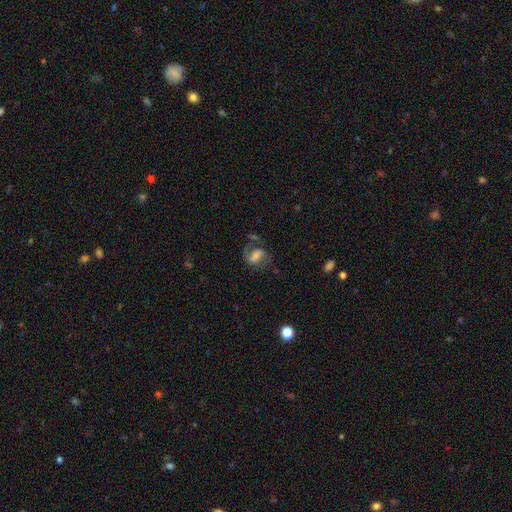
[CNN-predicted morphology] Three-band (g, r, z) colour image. It shows a featured or disk galaxy (65%) with a weak bar (43%), 2 (77%) medium (48%) spiral arms (87%) and a moderate central bulge (33%). Merging: none (52%).